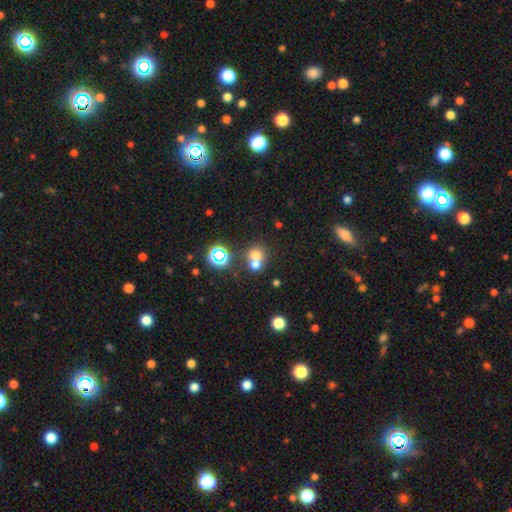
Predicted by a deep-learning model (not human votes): Smooth or featured? smooth (65%)
How rounded? round (81%)
Merging? merger (51%)